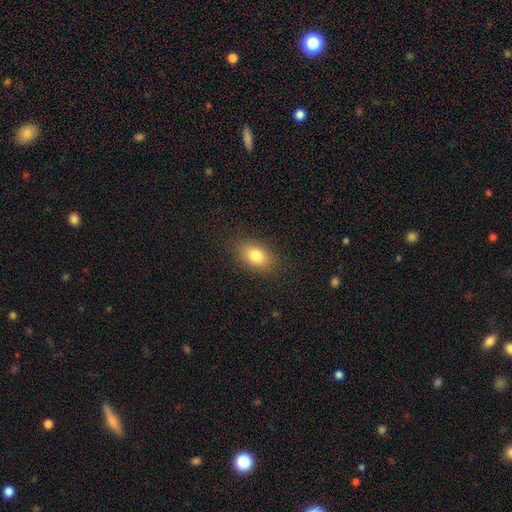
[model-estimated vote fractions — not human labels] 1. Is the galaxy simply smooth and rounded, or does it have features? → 81% smooth, 10% featured or disk, 9% star or artifact.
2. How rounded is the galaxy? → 84% in between, 15% round, 2% cigar-shaped.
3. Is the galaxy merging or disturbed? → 86% none, 10% minor disturbance, 3% major disturbance, 1% merger.